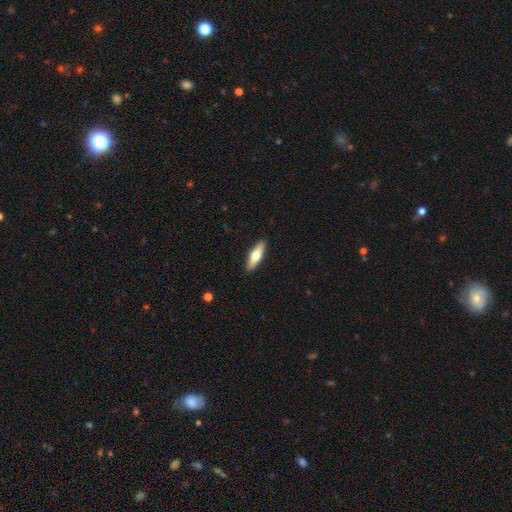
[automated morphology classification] Smooth or featured: smooth — 59% (featured or disk — 36%)
How rounded: cigar-shaped — 61% (in between — 37%)
Merging: none — 91% (minor disturbance — 7%)